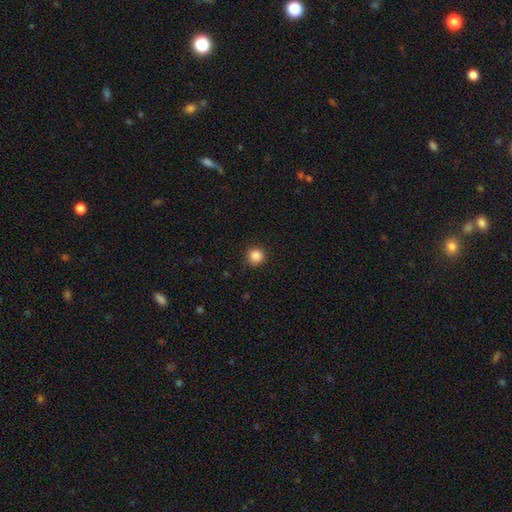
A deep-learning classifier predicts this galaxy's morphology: This appears to be a smooth galaxy with no disk features (87%) that is round (95%). Merging: none (89%).